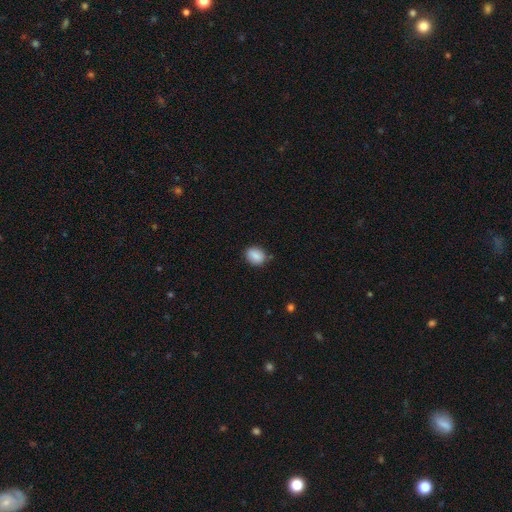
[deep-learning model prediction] A smooth galaxy with no disk features (87%) that is round (49%, tied with in between).

Vote fractions:
- Smooth or featured? smooth: 87% / star or artifact: 8% / featured or disk: 5%
- How rounded? round: 49% (tied) / in between: 49% (tied) / cigar-shaped: 1%
- Merging? none: 81% / minor disturbance: 14% / major disturbance: 3% / merger: 2%